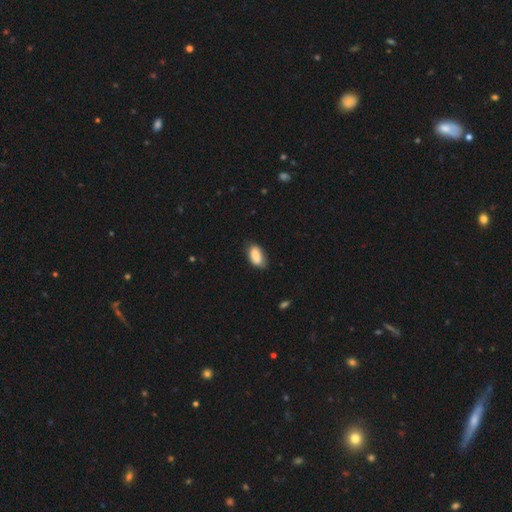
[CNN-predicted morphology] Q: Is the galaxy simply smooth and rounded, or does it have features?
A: smooth — 83%.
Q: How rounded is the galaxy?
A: in between — 91%.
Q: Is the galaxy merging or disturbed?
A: none — 69%.